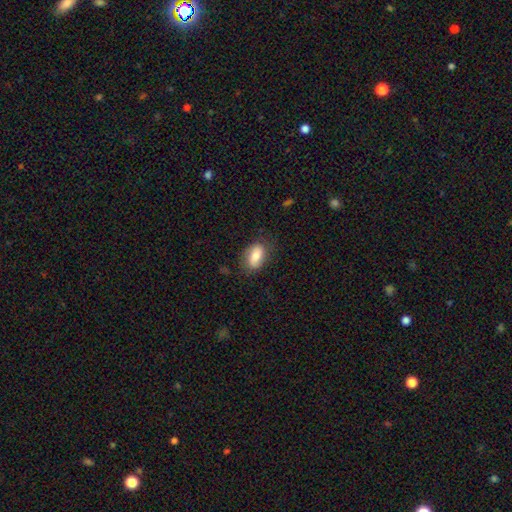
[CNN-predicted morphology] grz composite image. It shows a smooth galaxy with no disk features (73%) that is in between round and cigar-shaped (89%). Merging: none (71%).